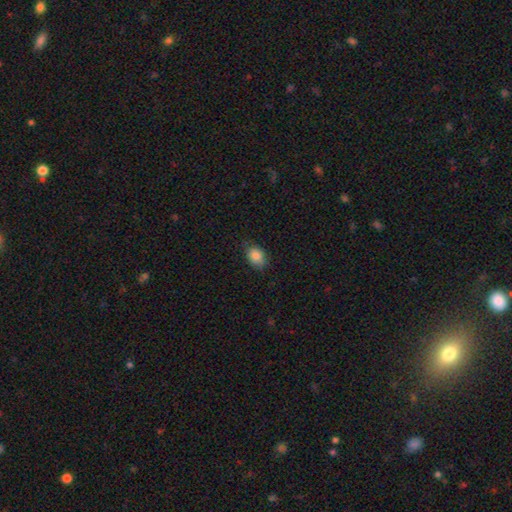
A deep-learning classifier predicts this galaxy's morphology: Smooth or featured: smooth — 87% (star or artifact — 8%)
How rounded: in between — 75% (round — 24%)
Merging: none — 77% (minor disturbance — 19%)